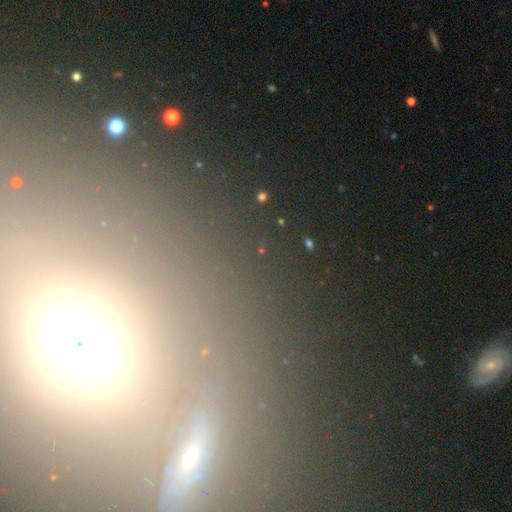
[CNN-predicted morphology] Overall: star or artifact (53%; smooth 27%).